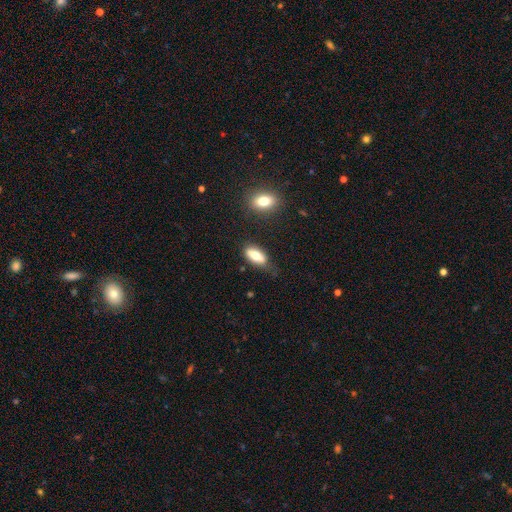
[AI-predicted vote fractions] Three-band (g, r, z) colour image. It shows a smooth galaxy with no disk features (71%) that is in between round and cigar-shaped (81%). Merging: none (66%).